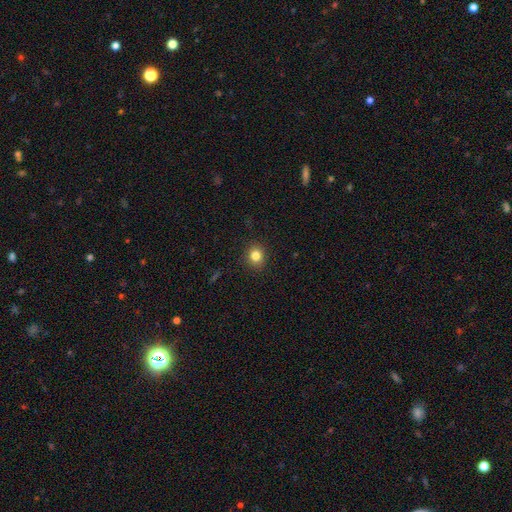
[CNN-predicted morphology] type=smooth (82%); roundness=round (80%); merging=none (90%).